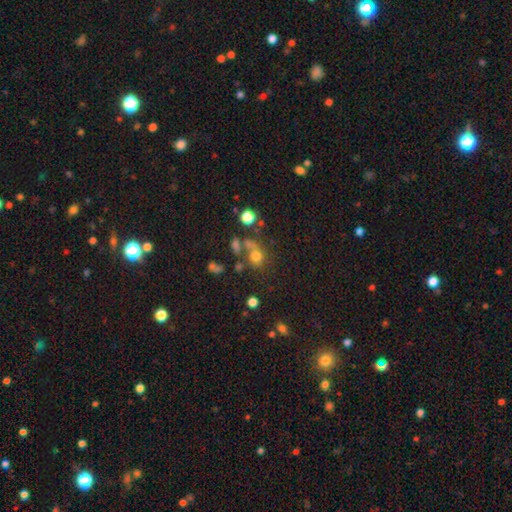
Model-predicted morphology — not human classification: smooth_or_featured: smooth (p=0.56) [alt: star or artifact p=0.29]
how_rounded: round (p=0.79) [alt: in between p=0.20]
merging: none (p=0.54) [alt: merger p=0.26]